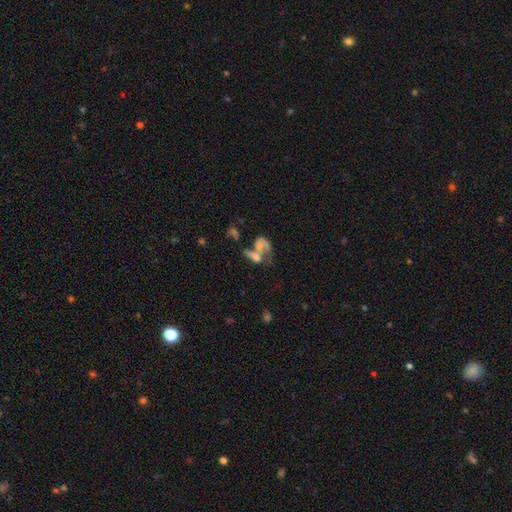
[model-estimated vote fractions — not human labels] Smooth or featured? Predicted: smooth (p=0.45). Merging? Predicted: merger (p=0.62).